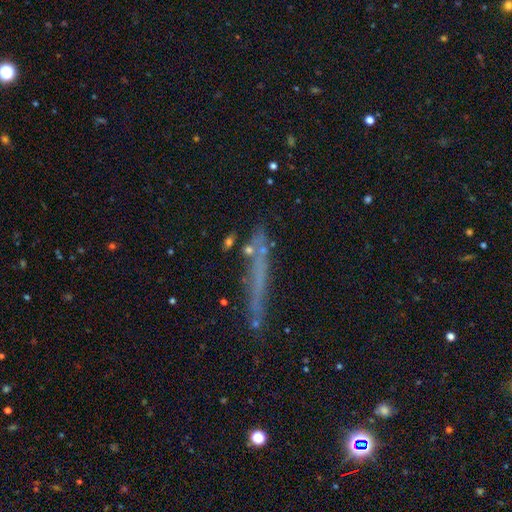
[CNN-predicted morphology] A smooth galaxy with no disk features (44%).

Vote fractions:
- Smooth or featured? smooth: 44% / featured or disk: 43% / star or artifact: 14%
- Merging? none: 72% / minor disturbance: 17% / major disturbance: 6% / merger: 5%